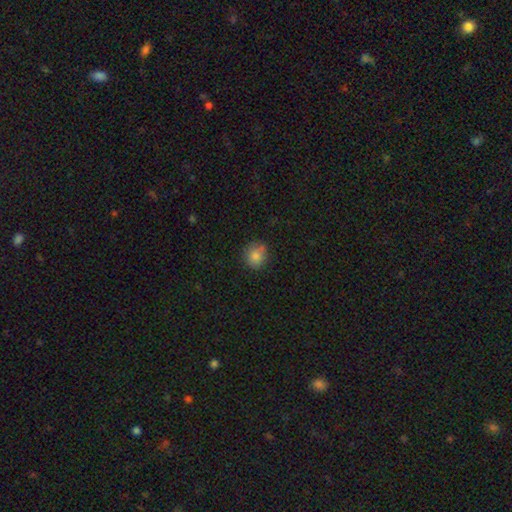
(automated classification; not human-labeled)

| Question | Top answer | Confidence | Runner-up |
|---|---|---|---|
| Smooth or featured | smooth | 83% | star or artifact (10%) |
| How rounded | round | 84% | in between (15%) |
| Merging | none | 73% | minor disturbance (19%) |